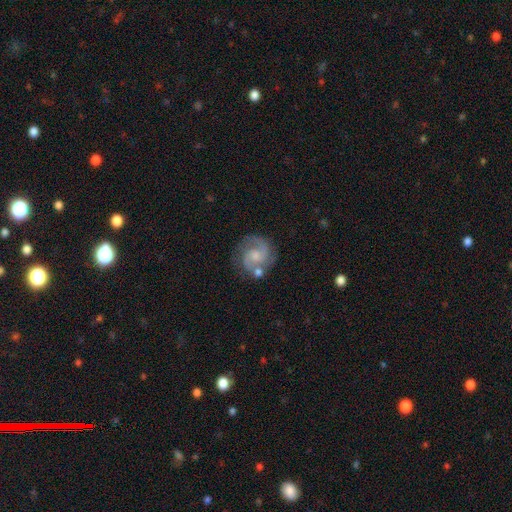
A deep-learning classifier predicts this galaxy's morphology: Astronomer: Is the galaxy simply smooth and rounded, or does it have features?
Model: featured or disk — 84%.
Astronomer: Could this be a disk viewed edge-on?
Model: no — 98%.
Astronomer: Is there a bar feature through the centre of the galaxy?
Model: no — 61%.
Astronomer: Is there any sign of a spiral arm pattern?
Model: yes — 97%.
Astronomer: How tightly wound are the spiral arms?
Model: medium — 51% (runner-up: tight, 38%).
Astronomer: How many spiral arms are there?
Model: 2 — 86%.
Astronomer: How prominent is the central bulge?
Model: small — 44% (runner-up: moderate, 40%).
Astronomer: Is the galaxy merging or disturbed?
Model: none — 71%.